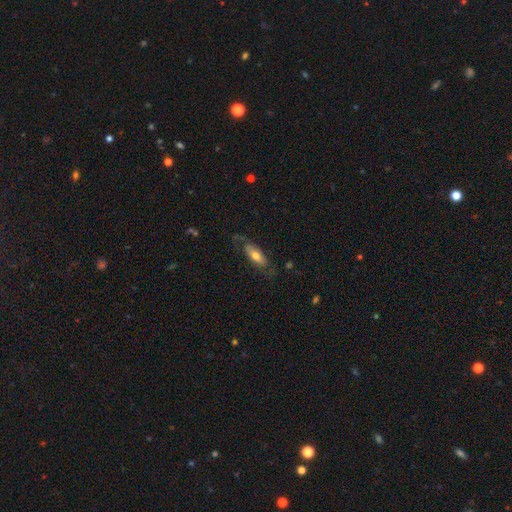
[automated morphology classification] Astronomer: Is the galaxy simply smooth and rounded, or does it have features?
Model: smooth — 56% (runner-up: featured or disk, 38%).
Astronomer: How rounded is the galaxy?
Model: in between — 75%.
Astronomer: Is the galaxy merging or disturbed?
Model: none — 61%.